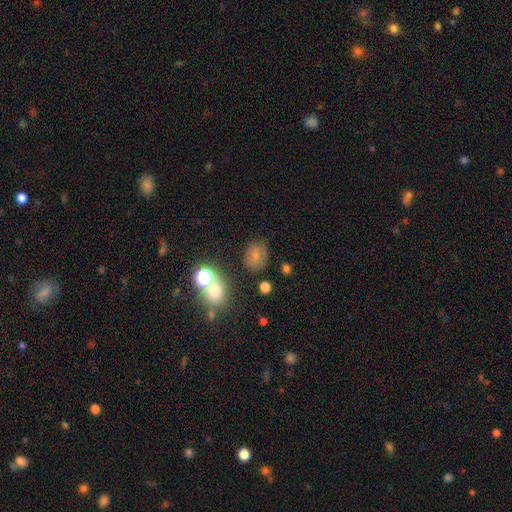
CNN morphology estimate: Overall: smooth (71%). How rounded: round (57%; in between 41%). Merging: none (74%).